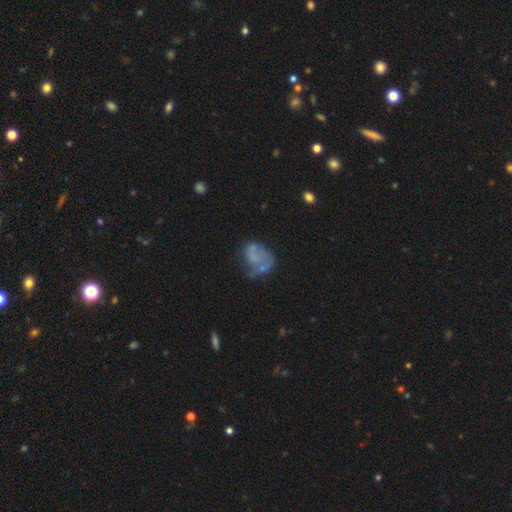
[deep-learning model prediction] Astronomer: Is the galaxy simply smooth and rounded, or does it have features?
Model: smooth — 46% (runner-up: featured or disk, 42%).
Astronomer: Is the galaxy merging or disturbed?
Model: major disturbance — 37% (runner-up: none, 26%).